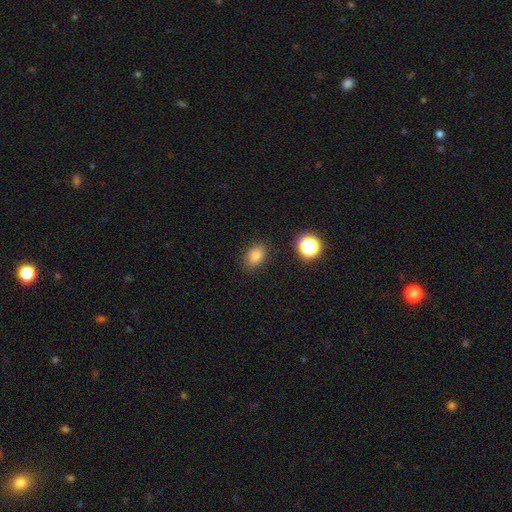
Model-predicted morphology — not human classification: Smooth or featured? Predicted: smooth (p=0.81). How rounded? Predicted: in between (p=0.76). Merging? Predicted: none (p=0.85).